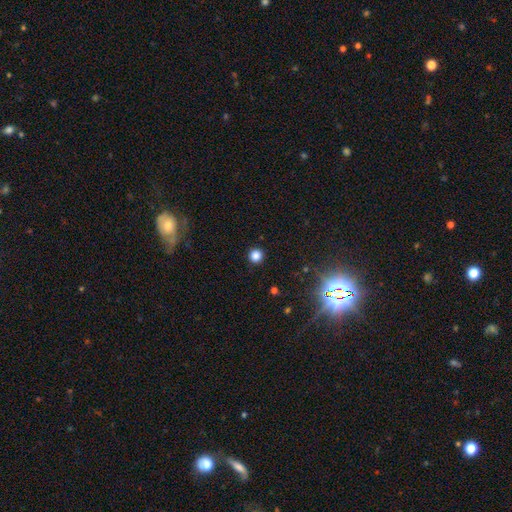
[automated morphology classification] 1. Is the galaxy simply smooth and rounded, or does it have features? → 82% smooth, 14% star or artifact, 4% featured or disk.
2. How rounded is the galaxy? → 96% round, 3% in between, 1% cigar-shaped.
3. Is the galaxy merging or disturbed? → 92% none, 5% minor disturbance, 2% major disturbance, 1% merger.